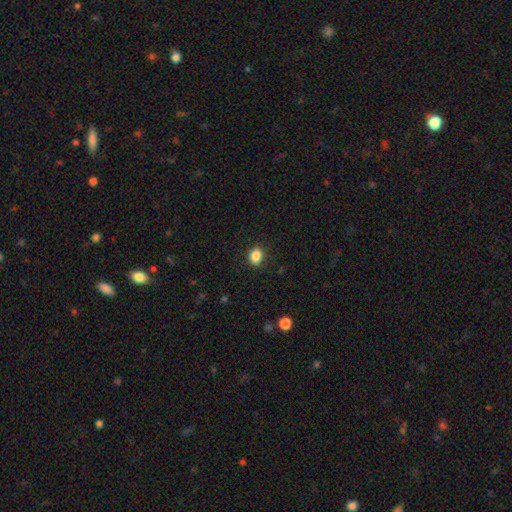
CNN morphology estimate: A smooth galaxy with no disk features (87%) that is in between round and cigar-shaped (52%).

Vote fractions:
- Smooth or featured? smooth: 87% / star or artifact: 10% / featured or disk: 3%
- How rounded? in between: 52% / round: 47% / cigar-shaped: 1%
- Merging? none: 89% / minor disturbance: 8% / major disturbance: 2% / merger: 1%